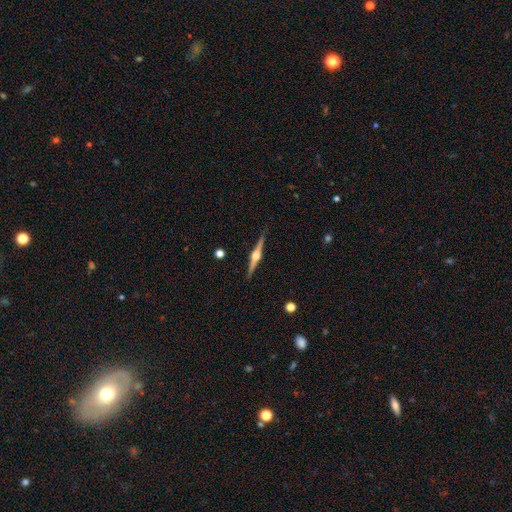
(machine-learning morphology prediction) Smooth or featured?
  - featured or disk: 85% *
  - smooth: 10%
  - star or artifact: 5%
Edge-on disk?
  - yes: 99% *
  - no: 1%
Edge-on bulge?
  - rounded: 95% *
  - boxy: 4%
  - none: 2%
Merging?
  - none: 91% *
  - minor disturbance: 7%
  - major disturbance: 1%
  - merger: 1%